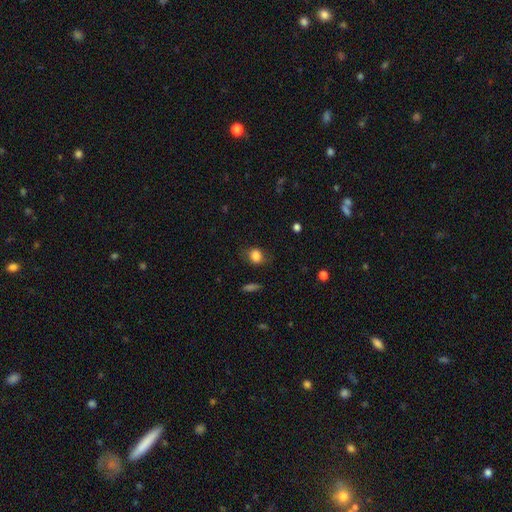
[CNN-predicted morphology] This appears to be a smooth galaxy with no disk features (82%) that is in between round and cigar-shaped (50%). Merging: none (69%).